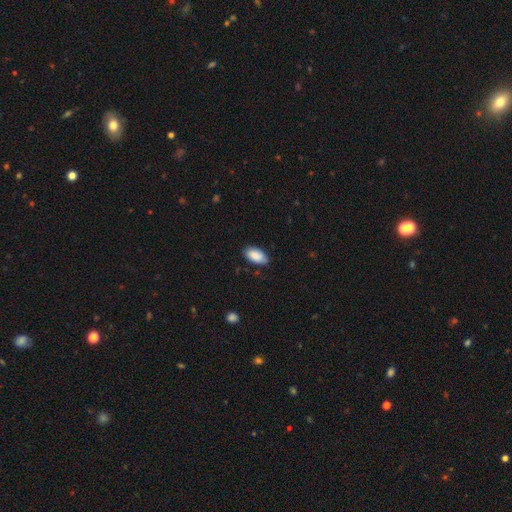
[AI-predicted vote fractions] Smooth or featured: smooth — 89% (star or artifact — 6%)
How rounded: in between — 95% (cigar-shaped — 3%)
Merging: none — 81% (minor disturbance — 15%)